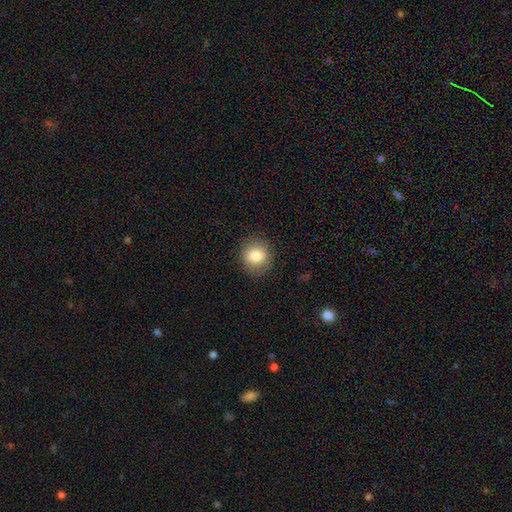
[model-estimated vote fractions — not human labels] Q: Smooth or featured?
A: smooth (82%); runner-up: star or artifact (9%)
Q: How rounded?
A: round (83%); runner-up: in between (16%)
Q: Merging?
A: none (88%); runner-up: minor disturbance (8%)